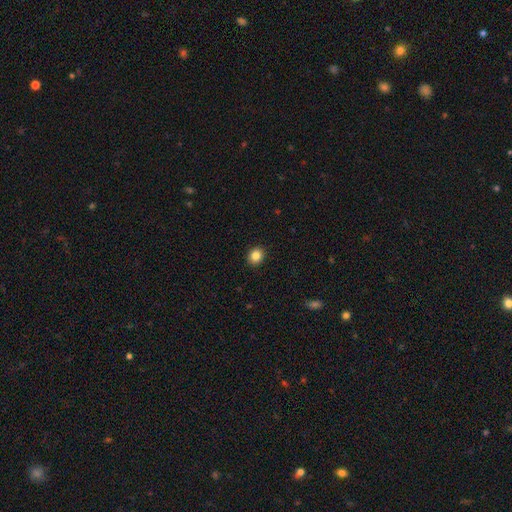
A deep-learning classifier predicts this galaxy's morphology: This appears to be a smooth galaxy with no disk features (85%) that is round (68%). Merging: none (92%).